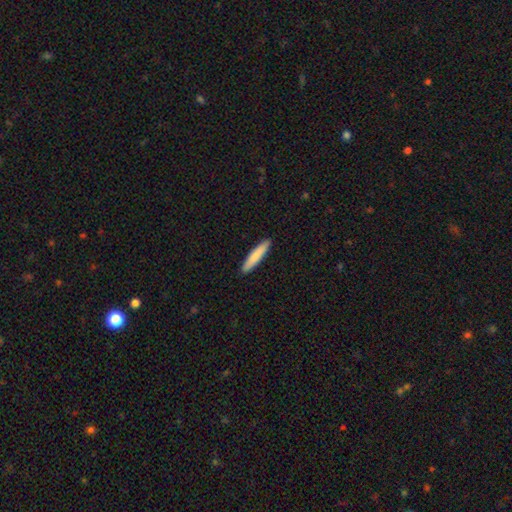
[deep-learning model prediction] This is clearly a smooth galaxy (83%). How rounded: clearly cigar-shaped (91%). Merging: clearly none (92%).